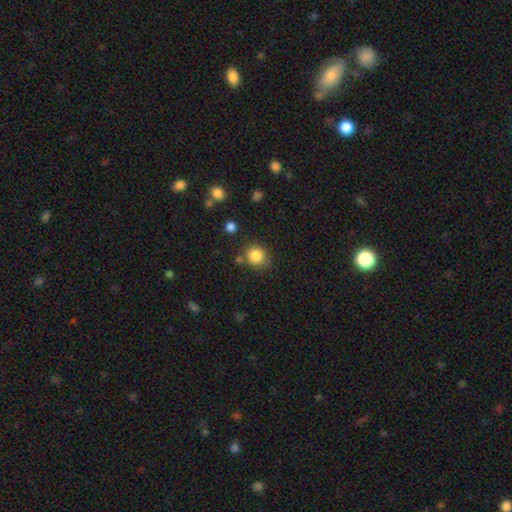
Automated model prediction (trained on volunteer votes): smooth-or-featured: smooth: 85% | star or artifact: 10% | featured or disk: 5%
  how-rounded: round: 85% | in between: 14% | cigar-shaped: 1%
  merging: none: 76% | minor disturbance: 13% | merger: 7% | major disturbance: 4%